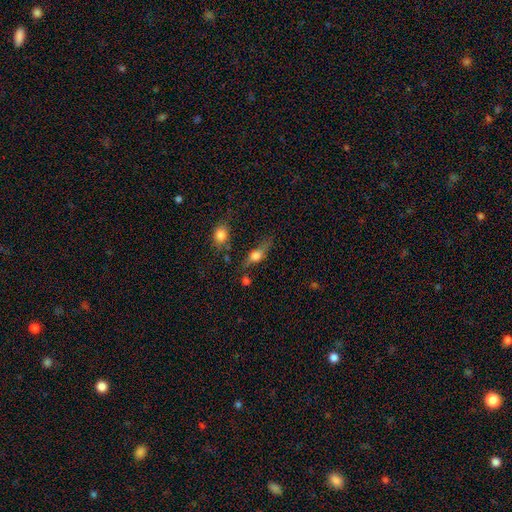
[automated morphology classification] Q: Smooth or featured?
A: smooth (57%); runner-up: featured or disk (31%)
Q: How rounded?
A: in between (59%); runner-up: cigar-shaped (23%)
Q: Merging?
A: none (55%); runner-up: minor disturbance (23%)